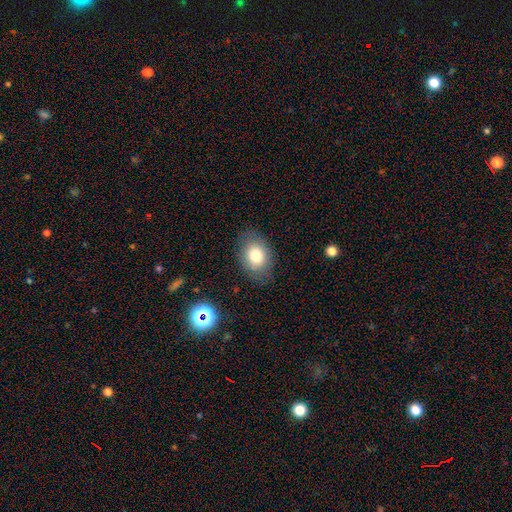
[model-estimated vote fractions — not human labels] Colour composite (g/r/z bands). It shows a smooth galaxy with no disk features (78%) that is in between round and cigar-shaped (74%). Merging: none (81%).